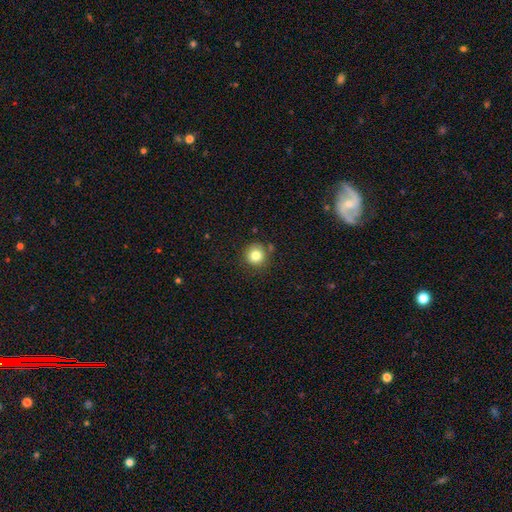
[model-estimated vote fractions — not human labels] The model was most divided on "smooth or featured": smooth: 83%, star or artifact: 11%, featured or disk: 6%. More confident: how rounded — round (93%); merging — none (82%).